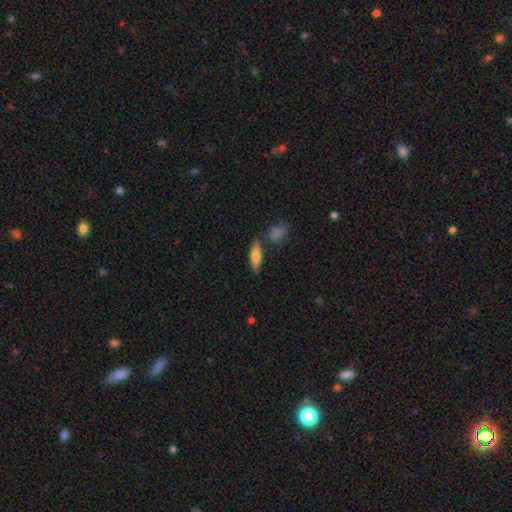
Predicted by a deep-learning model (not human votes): smooth-or-featured: smooth: 69% | featured or disk: 24% | star or artifact: 7%
  how-rounded: cigar-shaped: 55% | in between: 43% | round: 3%
  merging: none: 75% | minor disturbance: 13% | merger: 9% | major disturbance: 3%